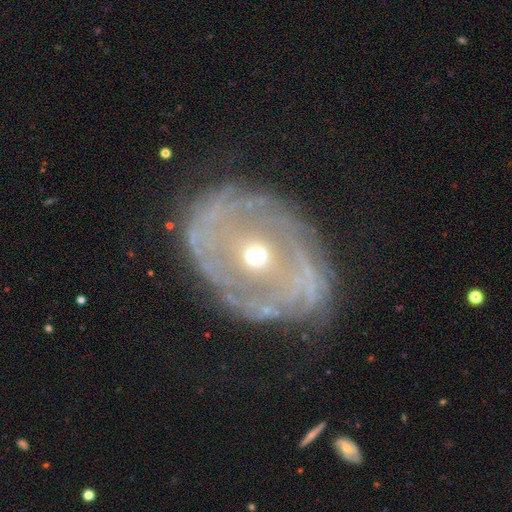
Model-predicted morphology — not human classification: smooth_or_featured: featured or disk (p=0.81) [alt: smooth p=0.12]
disk_edge_on: no (p=0.95) [alt: yes p=0.05]
bar: no (p=0.61) [alt: weak p=0.25]
has_spiral_arms: yes (p=0.66) [alt: no p=0.34]
spiral_winding: tight (p=0.62) [alt: medium p=0.26]
spiral_arm_count: can't tell (p=0.38) [tied with: 2 p=0.38]
bulge_size: moderate (p=0.49) [alt: small p=0.47]
merging: none (p=0.71) [alt: minor disturbance p=0.19]